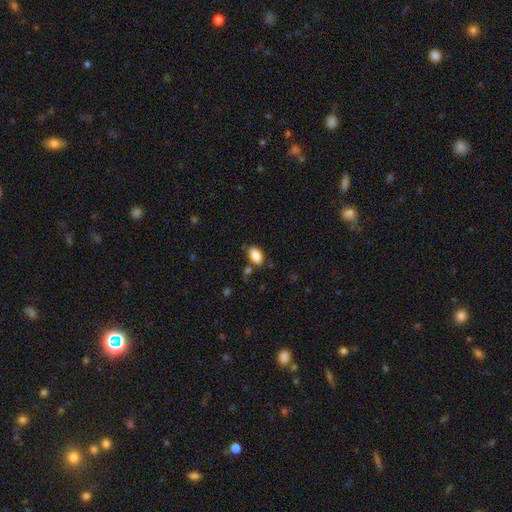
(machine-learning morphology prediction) smooth-or-featured: smooth: 86% | star or artifact: 8% | featured or disk: 6%
  how-rounded: in between: 91% | round: 6% | cigar-shaped: 2%
  merging: none: 77% | minor disturbance: 15% | merger: 5% | major disturbance: 3%